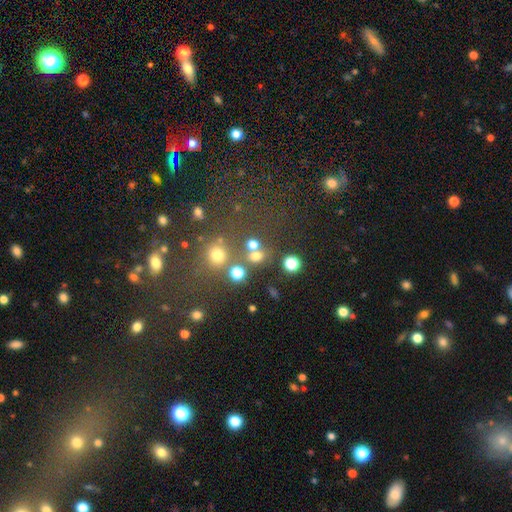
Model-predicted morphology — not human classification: The model was most divided on "merging": none: 63%, merger: 21%, minor disturbance: 10%, major disturbance: 6%. More confident: how rounded — round (74%); smooth or featured — smooth (69%).